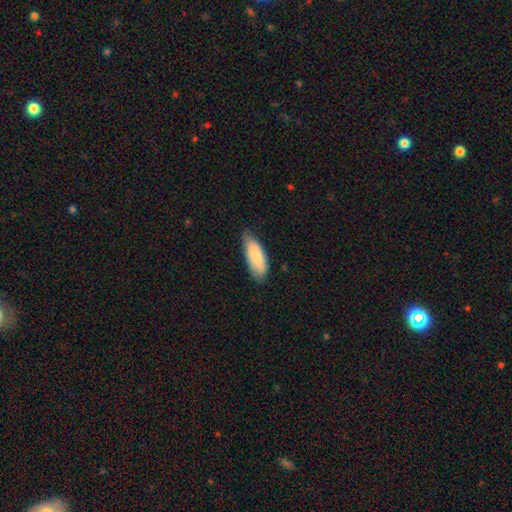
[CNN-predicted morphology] A smooth galaxy with no disk features (82%) that is in between round and cigar-shaped (72%).

Vote fractions:
- Smooth or featured? smooth: 82% / featured or disk: 12% / star or artifact: 6%
- How rounded? in between: 72% / cigar-shaped: 27% / round: 2%
- Merging? none: 67% / minor disturbance: 27% / major disturbance: 4% / merger: 1%